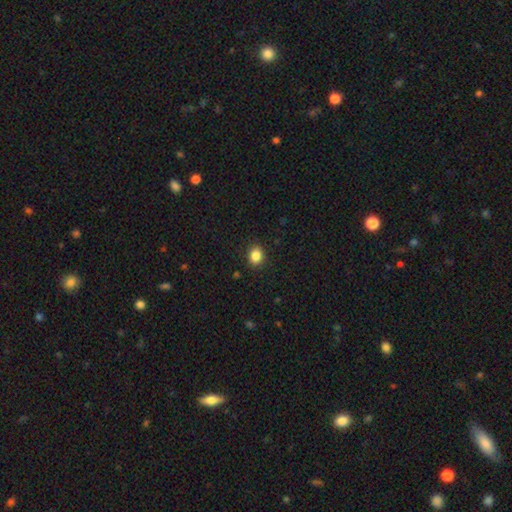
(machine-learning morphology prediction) A smooth galaxy with no disk features (86%) that is round (54%).

Vote fractions:
- Smooth or featured? smooth: 86% / star or artifact: 10% / featured or disk: 4%
- How rounded? round: 54% / in between: 45% / cigar-shaped: 1%
- Merging? none: 90% / minor disturbance: 7% / major disturbance: 2% / merger: 1%